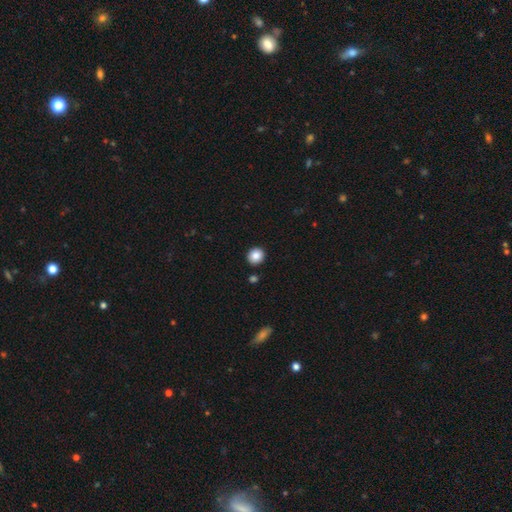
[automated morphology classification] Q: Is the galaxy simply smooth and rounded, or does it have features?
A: smooth — 87%.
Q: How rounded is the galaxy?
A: round — 84%.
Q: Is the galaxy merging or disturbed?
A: none — 91%.